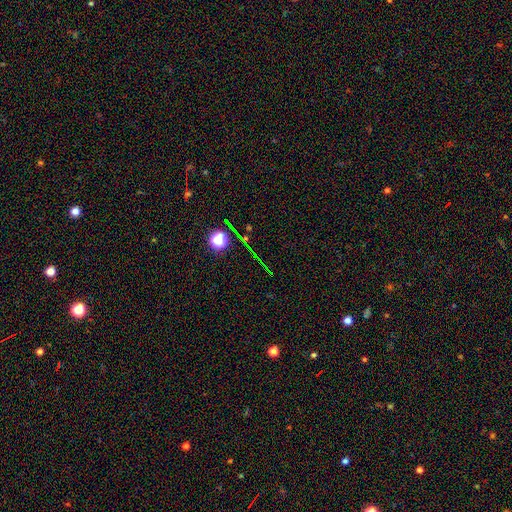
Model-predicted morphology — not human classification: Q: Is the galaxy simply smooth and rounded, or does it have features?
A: star or artifact — 72%.